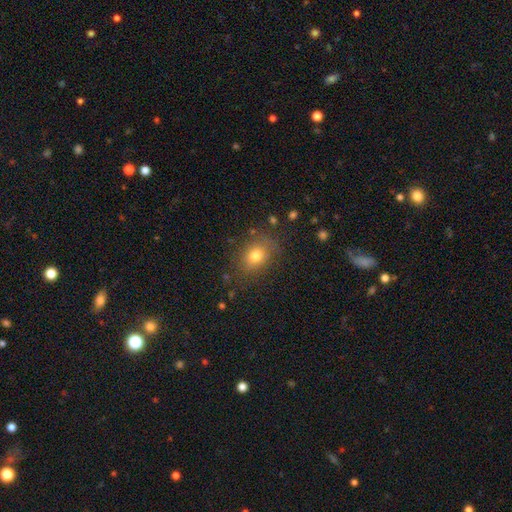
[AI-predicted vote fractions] A smooth galaxy with no disk features (77%) that is in between round and cigar-shaped (52%).

Vote fractions:
- Smooth or featured? smooth: 77% / star or artifact: 12% / featured or disk: 11%
- How rounded? in between: 52% / round: 47% / cigar-shaped: 1%
- Merging? none: 78% / minor disturbance: 14% / major disturbance: 5% / merger: 2%